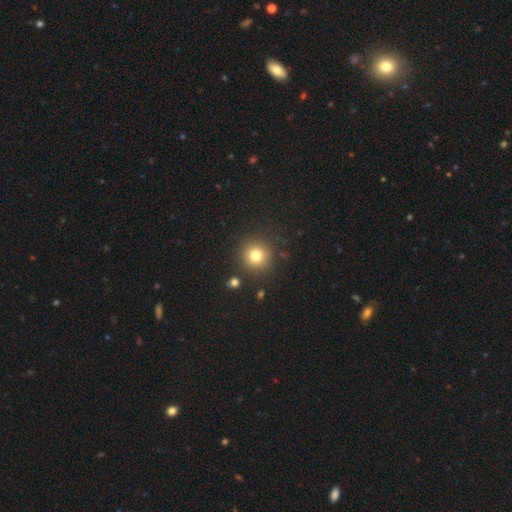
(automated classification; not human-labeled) A smooth galaxy with no disk features (79%) that is round (94%). Merging: none (88%).